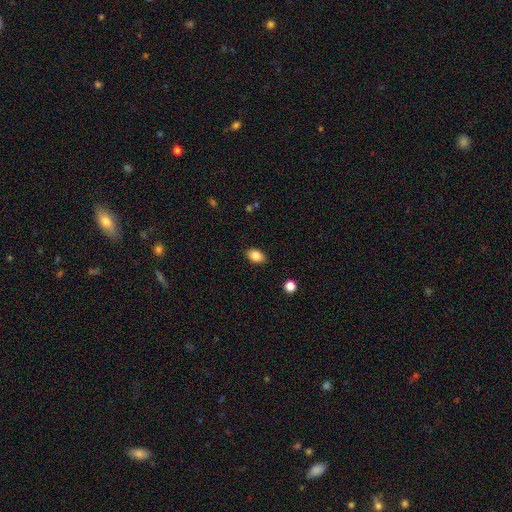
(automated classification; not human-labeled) A smooth galaxy with no disk features (86%) that is in between round and cigar-shaped (84%). Merging: none (86%).